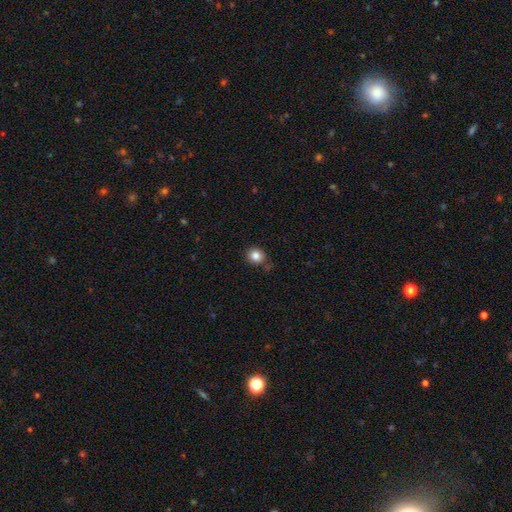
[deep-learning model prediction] smooth_or_featured: smooth (p=0.84) [alt: star or artifact p=0.11]
how_rounded: round (p=0.84) [alt: in between p=0.16]
merging: none (p=0.81) [alt: minor disturbance p=0.12]